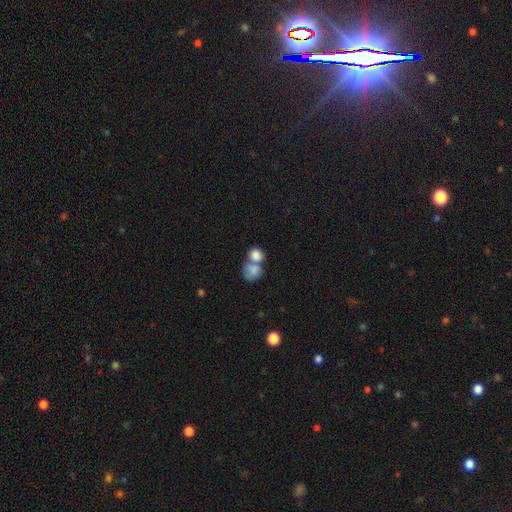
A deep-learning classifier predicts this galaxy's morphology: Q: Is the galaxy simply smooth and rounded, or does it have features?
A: smooth — 81%.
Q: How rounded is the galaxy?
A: round — 59%.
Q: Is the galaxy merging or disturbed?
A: merger — 63%.